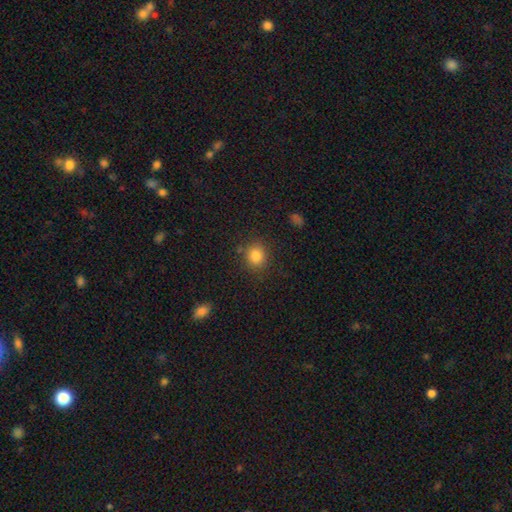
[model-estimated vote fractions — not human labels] Smooth or featured?
  - smooth: 84% *
  - star or artifact: 11%
  - featured or disk: 5%
How rounded?
  - round: 77% *
  - in between: 22%
  - cigar-shaped: 1%
Merging?
  - none: 83% *
  - minor disturbance: 10%
  - major disturbance: 4%
  - merger: 3%